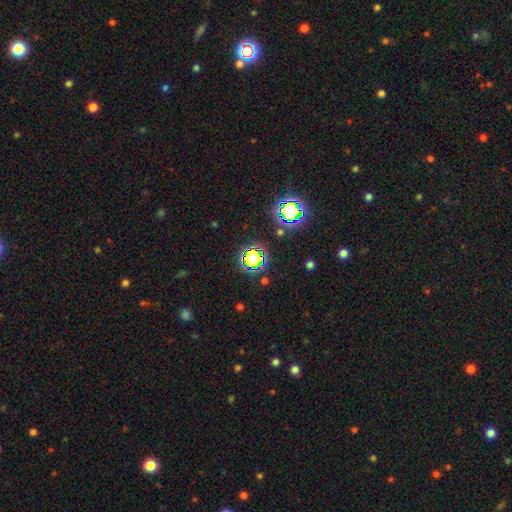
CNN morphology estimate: The model was most divided on "smooth or featured": star or artifact: 56%, smooth: 35%, featured or disk: 9%.